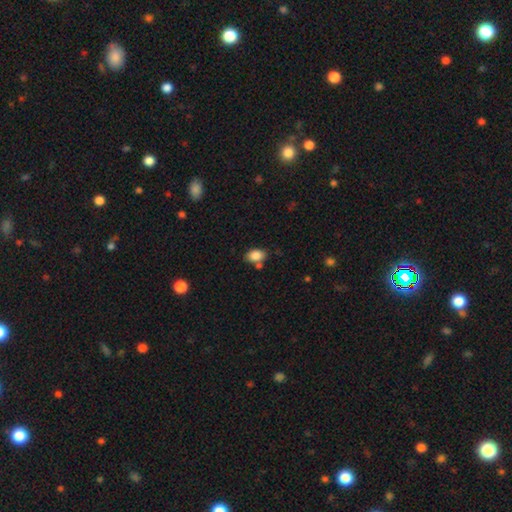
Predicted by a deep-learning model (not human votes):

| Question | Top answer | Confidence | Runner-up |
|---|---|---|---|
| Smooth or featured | smooth | 86% | star or artifact (8%) |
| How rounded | in between | 86% | round (13%) |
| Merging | none | 68% | minor disturbance (15%) |